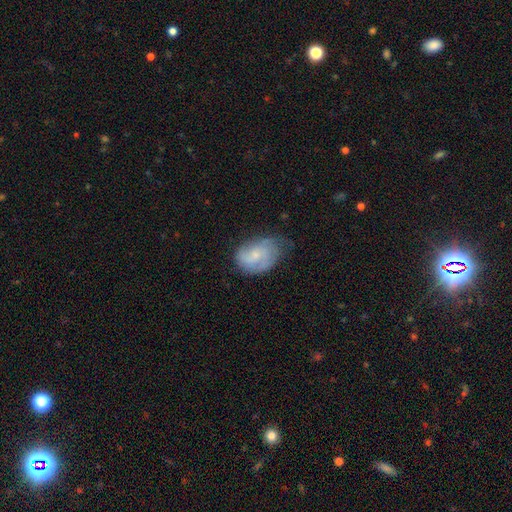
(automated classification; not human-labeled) This appears to be a featured or disk galaxy (57%) with no bar (67%), spiral arms (86%) and a small central bulge (62%). Merging: none (49%).